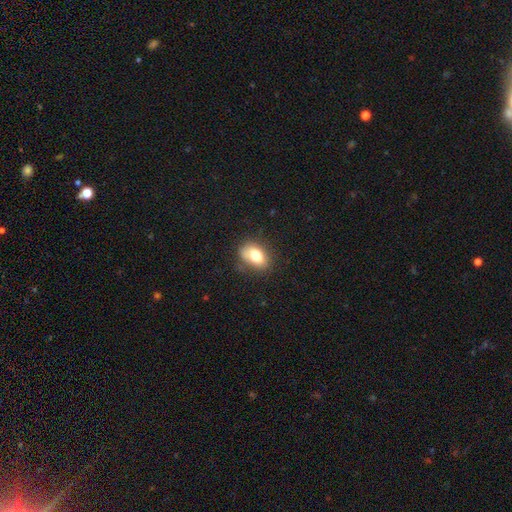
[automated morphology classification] Q: Smooth or featured?
A: smooth (78%); runner-up: featured or disk (13%)
Q: How rounded?
A: in between (84%); runner-up: round (15%)
Q: Merging?
A: none (68%); runner-up: minor disturbance (23%)